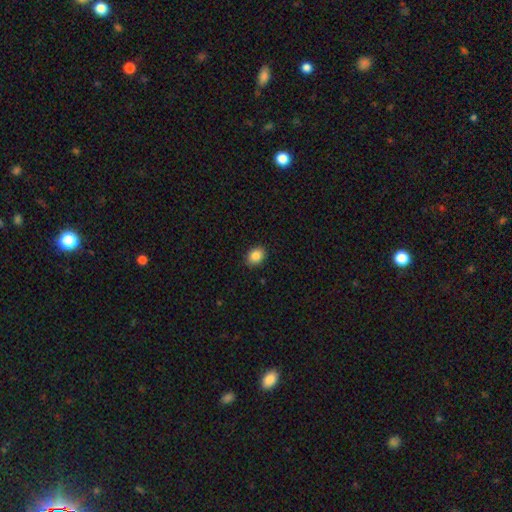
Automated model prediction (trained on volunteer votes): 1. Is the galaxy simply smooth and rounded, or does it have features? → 87% smooth, 9% star or artifact, 4% featured or disk.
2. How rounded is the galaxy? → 60% in between, 39% round, 1% cigar-shaped.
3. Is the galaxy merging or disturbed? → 89% none, 8% minor disturbance, 2% major disturbance, 1% merger.